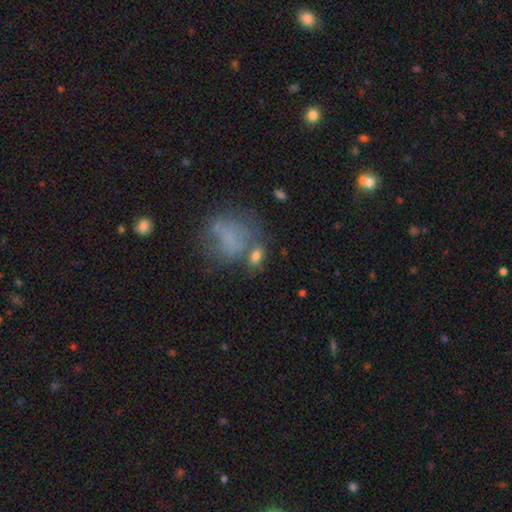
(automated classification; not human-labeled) smooth-or-featured: smooth: 66% | featured or disk: 21% | star or artifact: 13%
  how-rounded: in between: 69% | round: 28% | cigar-shaped: 3%
  merging: none: 45% | merger: 21% | minor disturbance: 19% | major disturbance: 15%